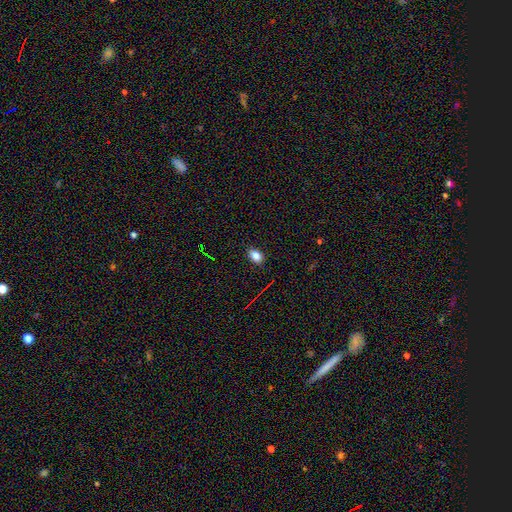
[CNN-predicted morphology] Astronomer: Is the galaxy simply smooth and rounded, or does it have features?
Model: smooth — 82%.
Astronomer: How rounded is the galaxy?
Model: in between — 84%.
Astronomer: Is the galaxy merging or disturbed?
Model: none — 86%.